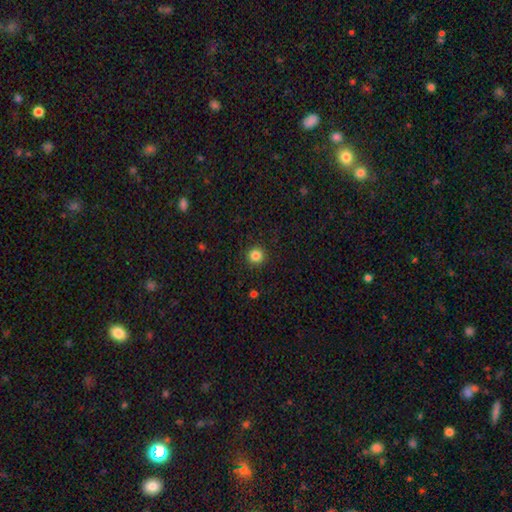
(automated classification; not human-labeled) smooth-or-featured: smooth: 84% | star or artifact: 11% | featured or disk: 5%
  how-rounded: round: 95% | in between: 4% | cigar-shaped: 1%
  merging: none: 92% | minor disturbance: 5% | major disturbance: 2% | merger: 1%